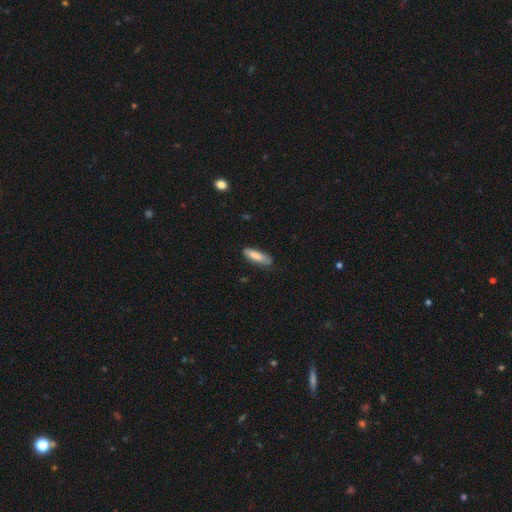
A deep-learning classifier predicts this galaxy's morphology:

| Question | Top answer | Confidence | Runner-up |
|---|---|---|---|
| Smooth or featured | smooth | 81% | featured or disk (13%) |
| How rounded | cigar-shaped | 53% | in between (46%) |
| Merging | none | 72% | minor disturbance (22%) |